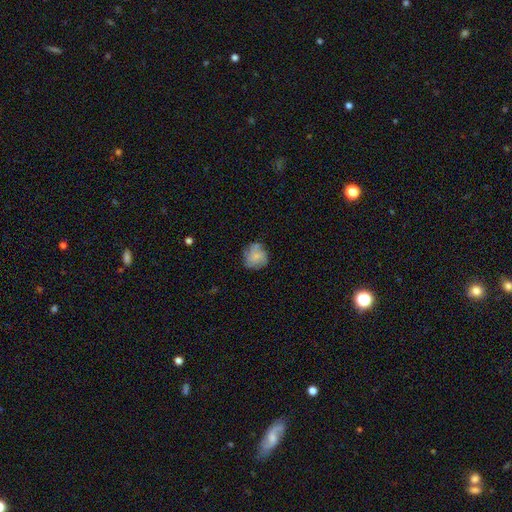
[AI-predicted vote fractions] Smooth or featured? smooth (56%)
How rounded? round (82%)
Merging? none (67%)